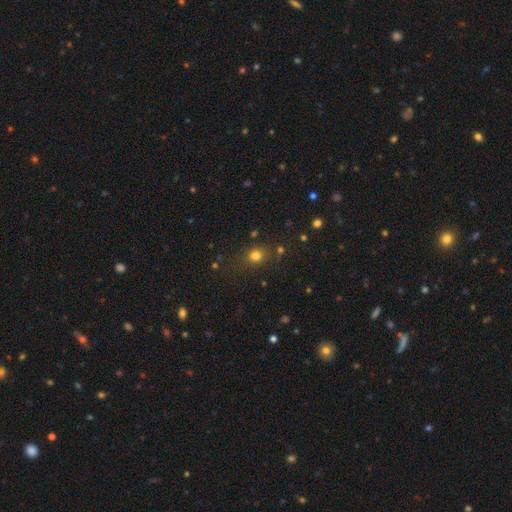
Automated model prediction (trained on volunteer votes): The model was most divided on "how rounded": round: 75%, in between: 24%, cigar-shaped: 1%. More confident: merging — none (77%); smooth or featured — smooth (76%).